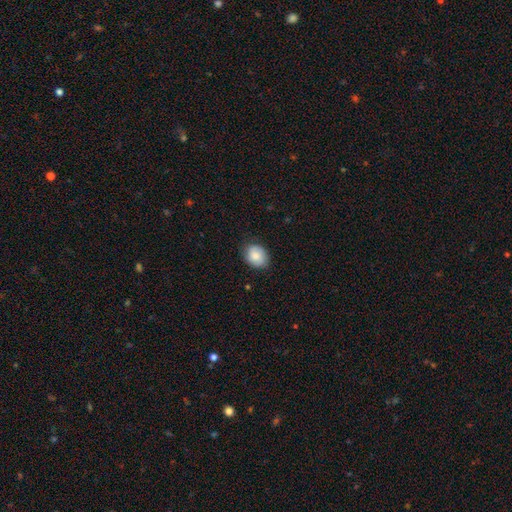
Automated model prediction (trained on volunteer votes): Q: Smooth or featured?
A: smooth (79%); runner-up: featured or disk (13%)
Q: How rounded?
A: in between (58%); runner-up: round (41%)
Q: Merging?
A: none (81%); runner-up: minor disturbance (15%)